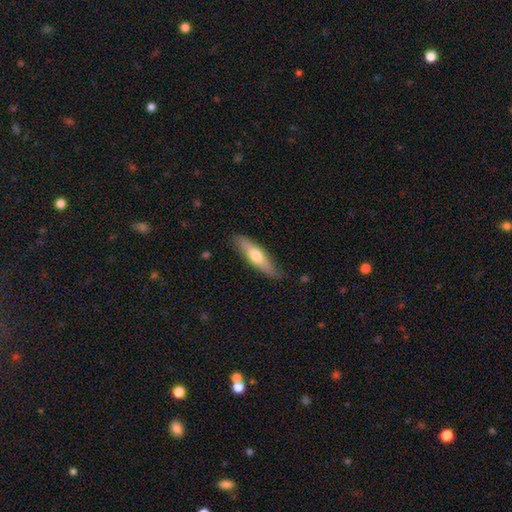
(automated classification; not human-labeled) Morphology: type=smooth (58%); roundness=cigar-shaped (71%); merging=none (81%).